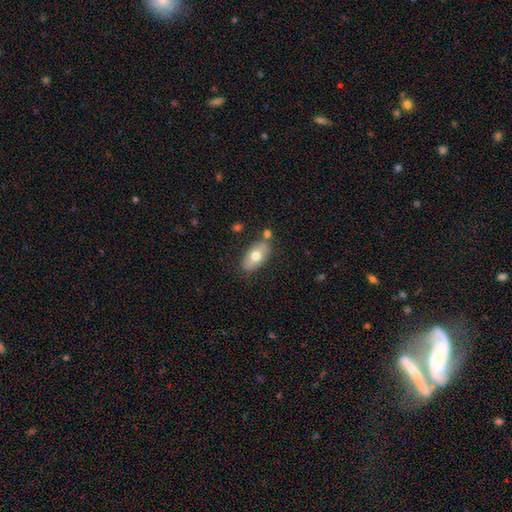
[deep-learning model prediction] The model was most divided on "smooth or featured": smooth: 69%, featured or disk: 24%, star or artifact: 7%. More confident: how rounded — in between (91%); merging — none (74%).